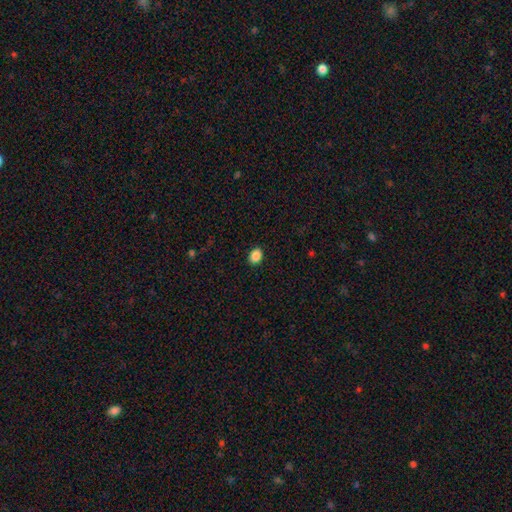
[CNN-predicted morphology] smooth-or-featured: smooth: 88% | star or artifact: 9% | featured or disk: 3%
  how-rounded: in between: 66% | round: 33% | cigar-shaped: 1%
  merging: none: 90% | minor disturbance: 7% | major disturbance: 2% | merger: 1%